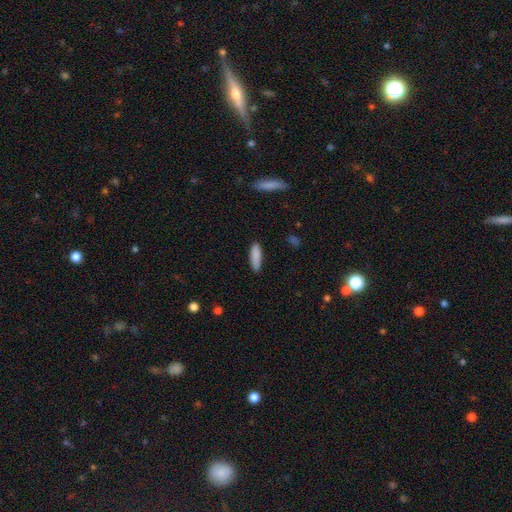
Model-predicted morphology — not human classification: type=smooth (87%); roundness=cigar-shaped (56%); merging=none (86%).